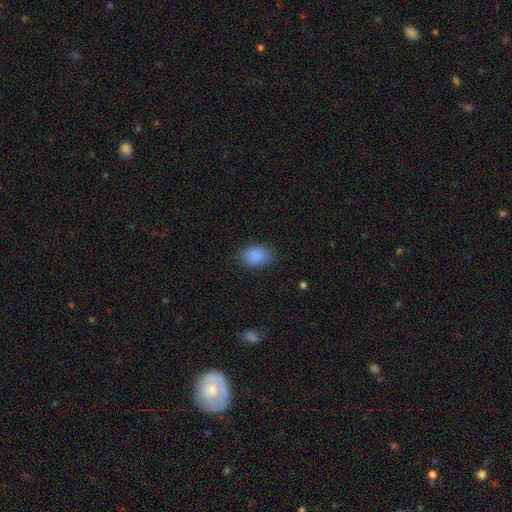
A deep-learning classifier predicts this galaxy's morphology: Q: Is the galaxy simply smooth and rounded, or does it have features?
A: smooth — 88%.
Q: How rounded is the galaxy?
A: in between — 80%.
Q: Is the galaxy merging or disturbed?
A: none — 78%.